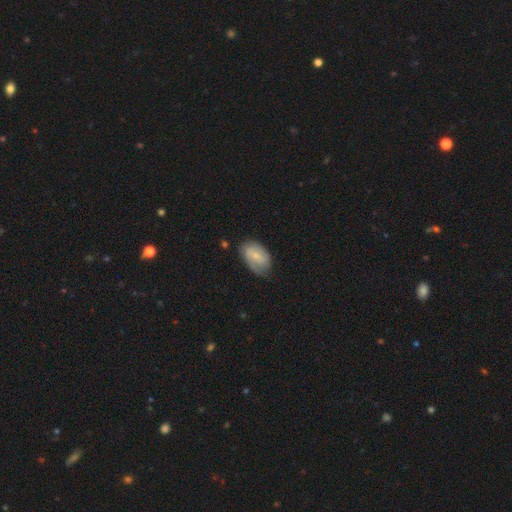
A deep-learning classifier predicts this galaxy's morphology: Overall: featured or disk (52%; smooth 41%). Edge-on disk: no (96%). Bar: weak (46%; no 40%). Spiral arms: yes (77%). Bulge size: small (66%; moderate 26%). Merging: none (62%; minor disturbance 28%).